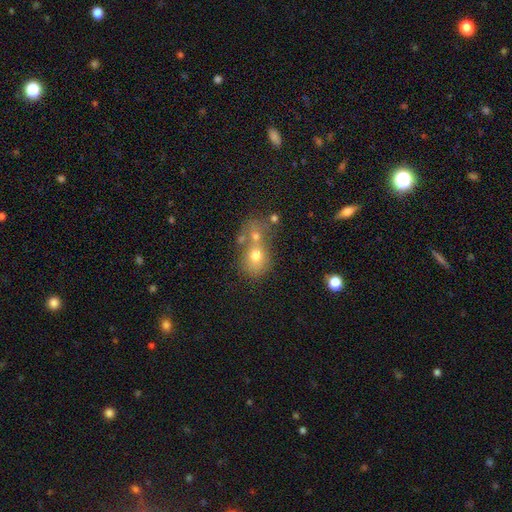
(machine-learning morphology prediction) Smooth or featured? Predicted: smooth (p=0.66). How rounded? Predicted: round (p=0.58). Merging? Predicted: merger (p=0.54).